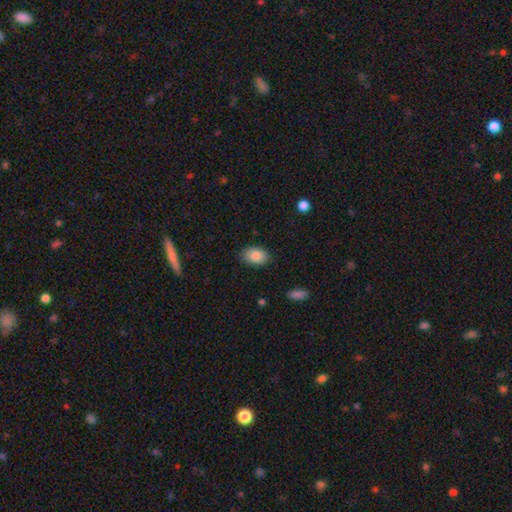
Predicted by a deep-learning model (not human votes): Q: Smooth or featured?
A: smooth (86%); runner-up: star or artifact (7%)
Q: How rounded?
A: in between (87%); runner-up: round (12%)
Q: Merging?
A: none (85%); runner-up: minor disturbance (11%)